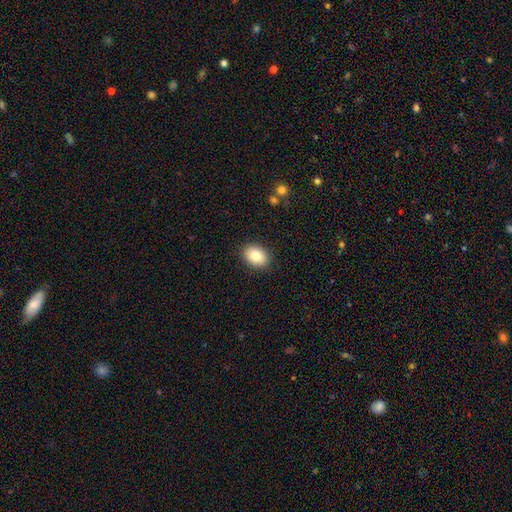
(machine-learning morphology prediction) This is clearly a smooth galaxy (85%). How rounded: likely in between (76%). Merging: clearly none (89%).